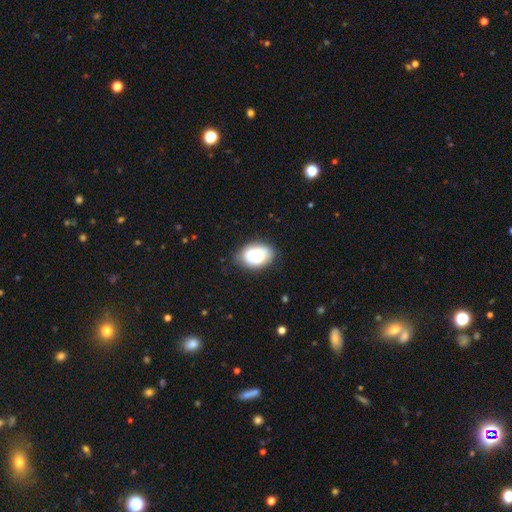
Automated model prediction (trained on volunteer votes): Morphology: type=smooth (77%); roundness=in between (82%); merging=none (74%).